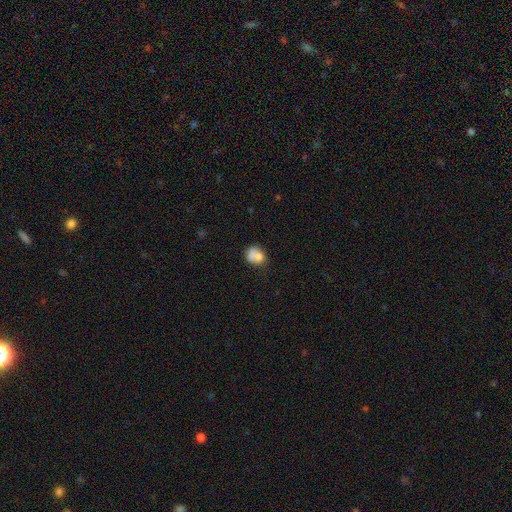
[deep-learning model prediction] Smooth or featured? smooth (71%)
How rounded? round (61%)
Merging? merger (44%)